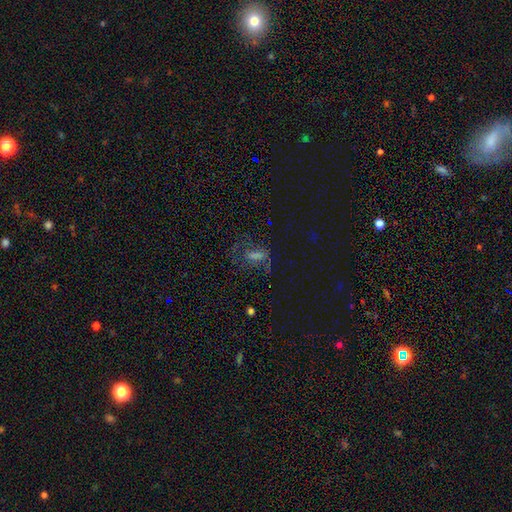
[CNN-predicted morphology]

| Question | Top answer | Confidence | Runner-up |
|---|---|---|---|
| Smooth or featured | smooth | 35% | tied: star or artifact (35%) |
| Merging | none | 53% | major disturbance (24%) |